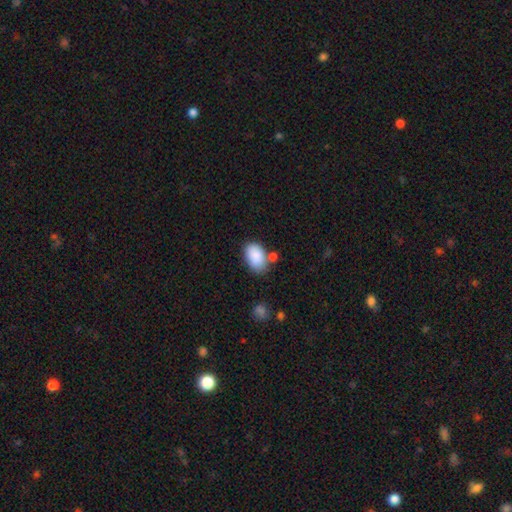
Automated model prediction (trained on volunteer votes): Smooth or featured? Predicted: smooth (p=0.87). How rounded? Predicted: in between (p=0.90). Merging? Predicted: none (p=0.63).